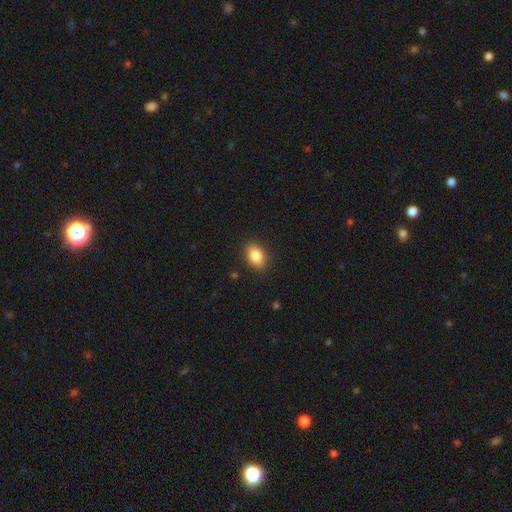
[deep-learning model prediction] smooth-or-featured: smooth: 86% | star or artifact: 8% | featured or disk: 6%
  how-rounded: in between: 84% | round: 15% | cigar-shaped: 2%
  merging: none: 88% | minor disturbance: 9% | major disturbance: 2% | merger: 1%